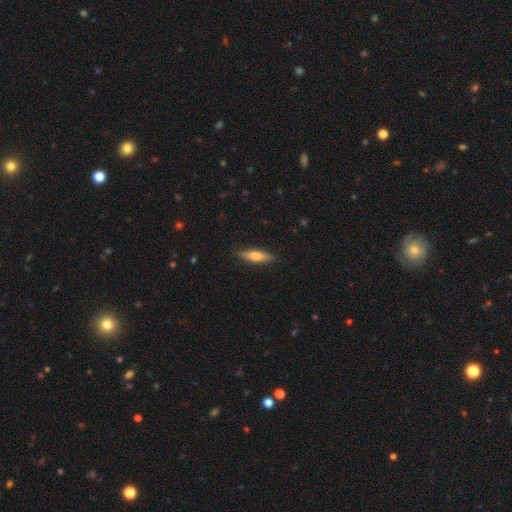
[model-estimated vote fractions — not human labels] Smooth or featured?
  - smooth: 56% *
  - featured or disk: 38%
  - star or artifact: 6%
How rounded?
  - cigar-shaped: 65% *
  - in between: 32%
  - round: 2%
Merging?
  - none: 87% *
  - minor disturbance: 10%
  - major disturbance: 2%
  - merger: 1%